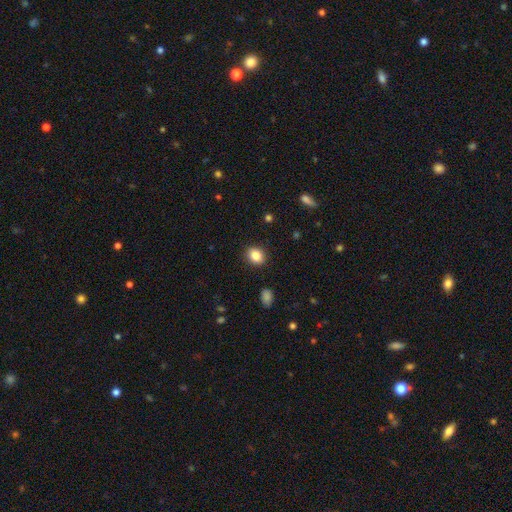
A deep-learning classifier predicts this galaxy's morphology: A smooth galaxy with no disk features (85%) that is round (58%).

Vote fractions:
- Smooth or featured? smooth: 85% / star or artifact: 9% / featured or disk: 6%
- How rounded? round: 58% / in between: 41% / cigar-shaped: 1%
- Merging? none: 90% / minor disturbance: 7% / major disturbance: 2% / merger: 1%